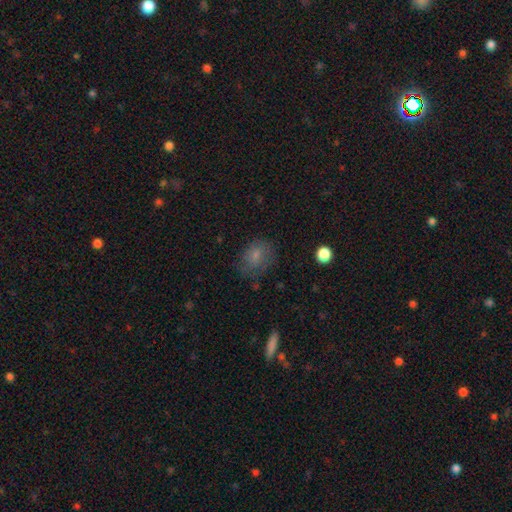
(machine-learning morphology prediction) A smooth galaxy with no disk features (74%) that is in between round and cigar-shaped (50%). Merging: none (63%).